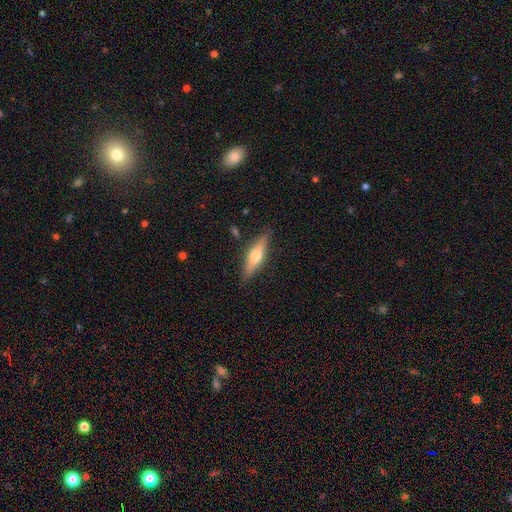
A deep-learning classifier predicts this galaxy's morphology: This is possibly a featured or disk galaxy (54%). It is clearly viewed edge-on (93%). Edge-on bulge: clearly rounded (92%). Merging: clearly none (87%).